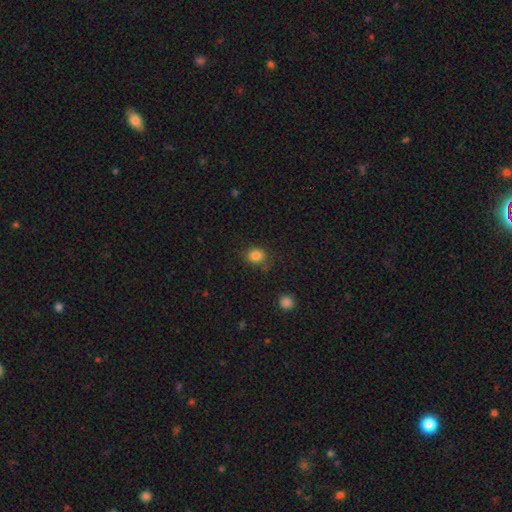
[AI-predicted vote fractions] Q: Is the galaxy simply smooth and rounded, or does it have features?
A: smooth — 83%.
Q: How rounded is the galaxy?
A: round — 69%.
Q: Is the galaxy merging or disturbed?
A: none — 78%.